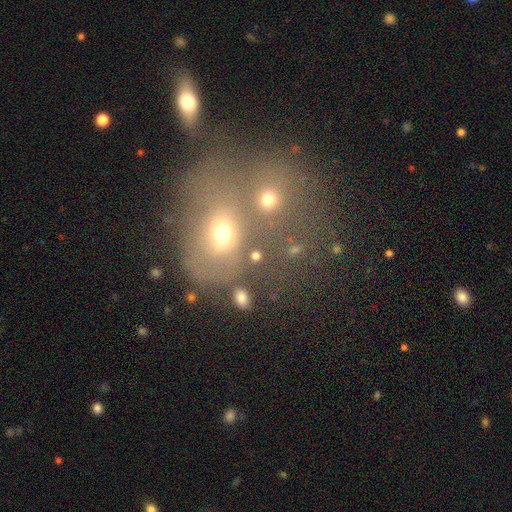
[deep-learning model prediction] smooth 73%, star or artifact 16%, featured or disk 11%. Down the decision tree: how rounded — round (56%); merging — none (63%).